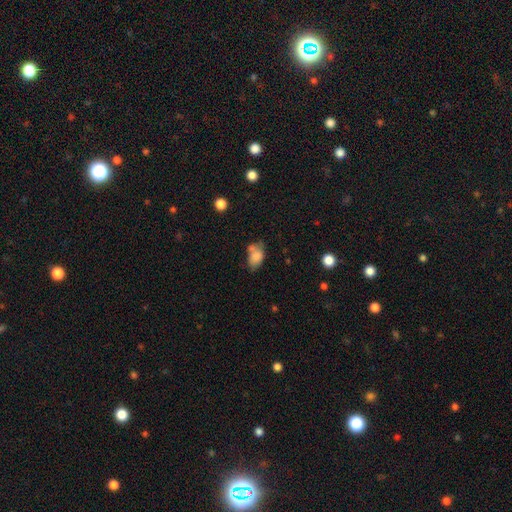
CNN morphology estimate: type=smooth (78%); roundness=in between (86%); merging=none (39%).